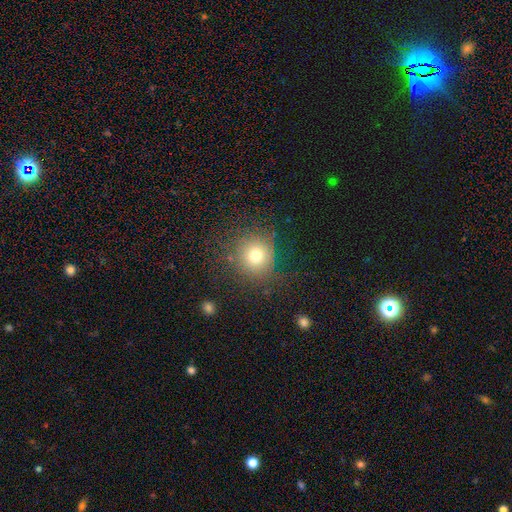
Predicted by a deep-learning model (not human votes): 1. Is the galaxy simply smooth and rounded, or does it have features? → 72% smooth, 16% star or artifact, 12% featured or disk.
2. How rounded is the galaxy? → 90% round, 9% in between, 1% cigar-shaped.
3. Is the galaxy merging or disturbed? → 78% none, 12% minor disturbance, 7% major disturbance, 2% merger.